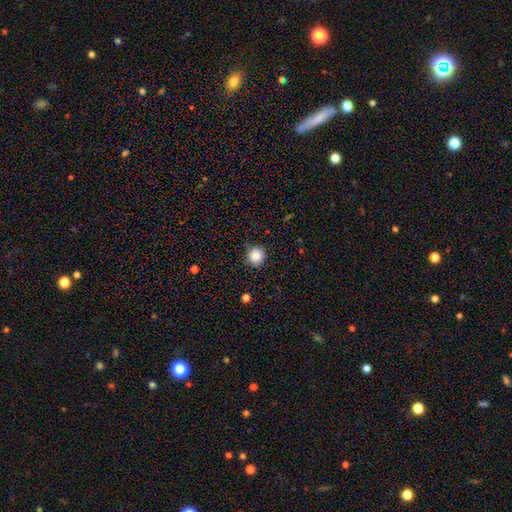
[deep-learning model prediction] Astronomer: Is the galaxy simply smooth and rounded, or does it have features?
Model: smooth — 86%.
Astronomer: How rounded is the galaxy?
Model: round — 92%.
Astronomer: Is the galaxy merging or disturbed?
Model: none — 81%.